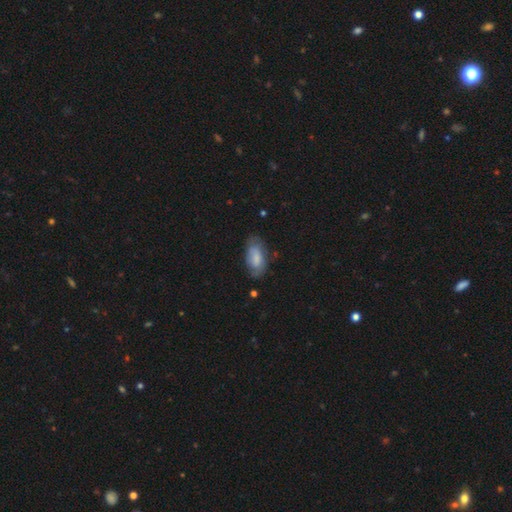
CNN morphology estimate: Smooth or featured? smooth (72%)
How rounded? in between (92%)
Merging? none (64%)